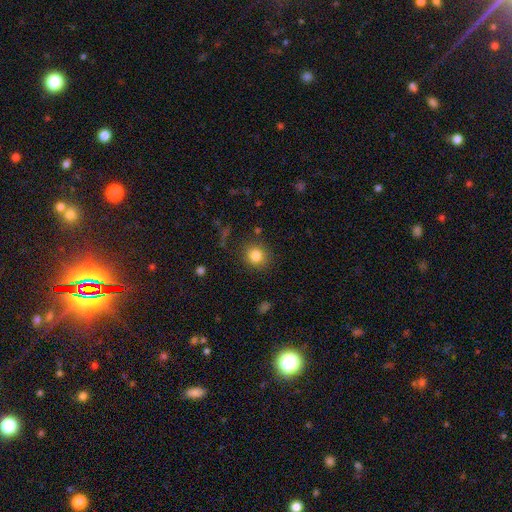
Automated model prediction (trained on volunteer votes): A smooth galaxy with no disk features (83%) that is round (88%). Merging: none (86%).